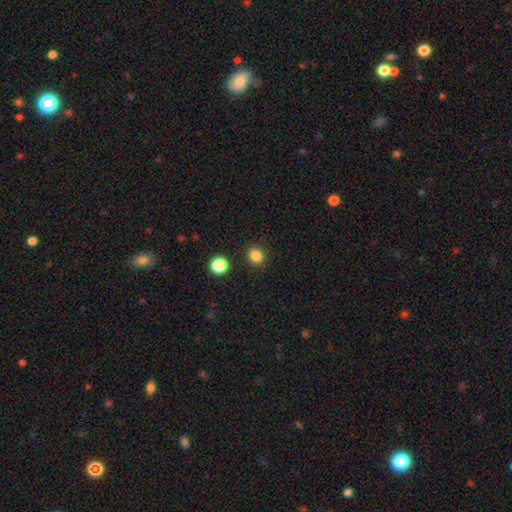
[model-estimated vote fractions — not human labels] smooth_or_featured: smooth (p=0.84) [alt: star or artifact p=0.12]
how_rounded: round (p=0.77) [alt: in between p=0.22]
merging: none (p=0.89) [alt: minor disturbance p=0.07]